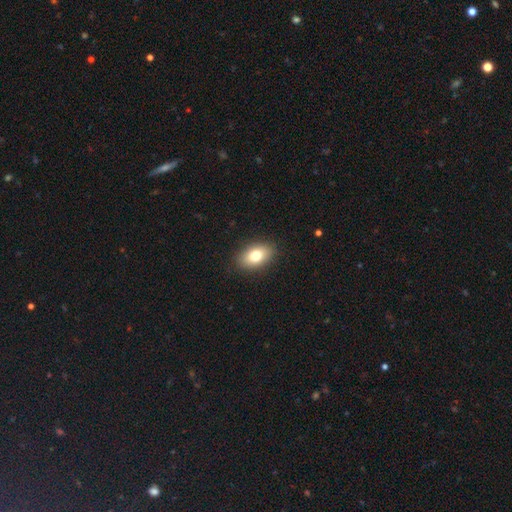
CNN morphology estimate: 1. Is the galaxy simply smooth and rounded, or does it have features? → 77% smooth, 14% featured or disk, 8% star or artifact.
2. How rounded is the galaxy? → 88% in between, 10% round, 2% cigar-shaped.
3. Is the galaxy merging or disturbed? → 88% none, 9% minor disturbance, 2% major disturbance, 1% merger.